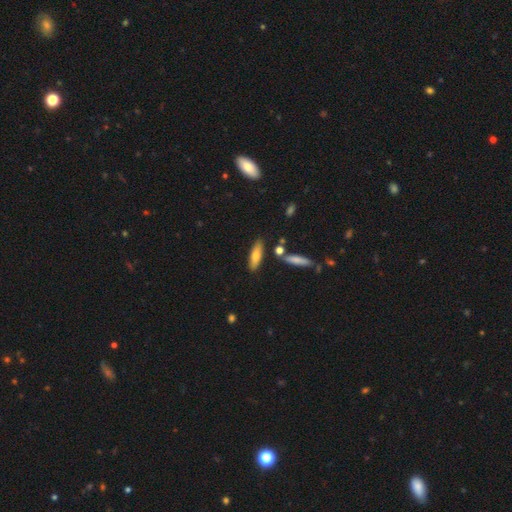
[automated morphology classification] smooth_or_featured: smooth (p=0.72) [alt: featured or disk p=0.22]
how_rounded: cigar-shaped (p=0.54) [alt: in between p=0.44]
merging: none (p=0.80) [alt: minor disturbance p=0.11]